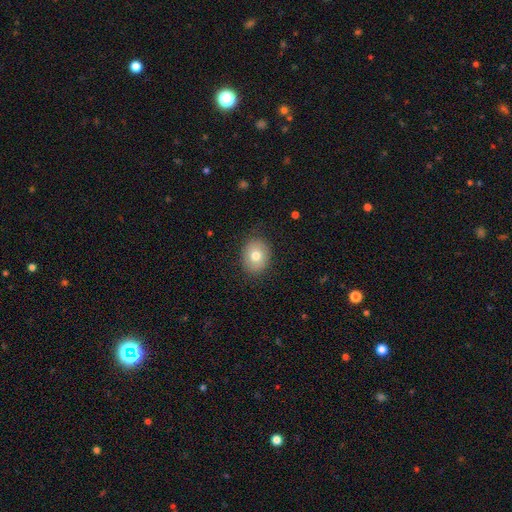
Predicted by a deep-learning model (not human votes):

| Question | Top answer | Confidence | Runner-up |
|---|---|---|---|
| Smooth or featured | smooth | 77% | featured or disk (14%) |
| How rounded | round | 55% | in between (44%) |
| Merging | none | 85% | minor disturbance (11%) |